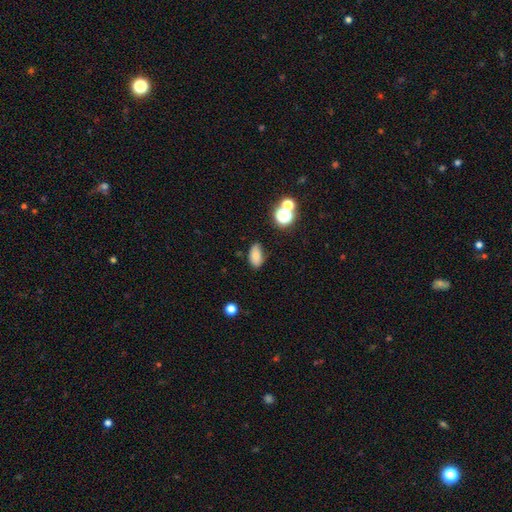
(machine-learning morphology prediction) Smooth or featured: smooth — 81% (star or artifact — 12%)
How rounded: in between — 91% (round — 6%)
Merging: none — 79% (minor disturbance — 15%)